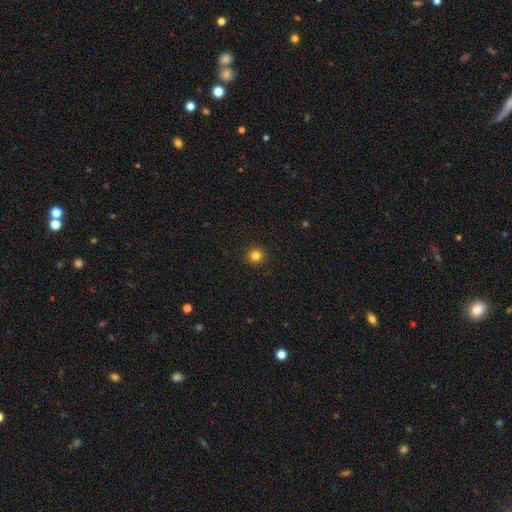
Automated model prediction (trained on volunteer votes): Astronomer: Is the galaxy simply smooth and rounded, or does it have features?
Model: smooth — 82%.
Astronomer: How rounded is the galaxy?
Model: round — 92%.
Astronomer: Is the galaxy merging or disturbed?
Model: none — 92%.